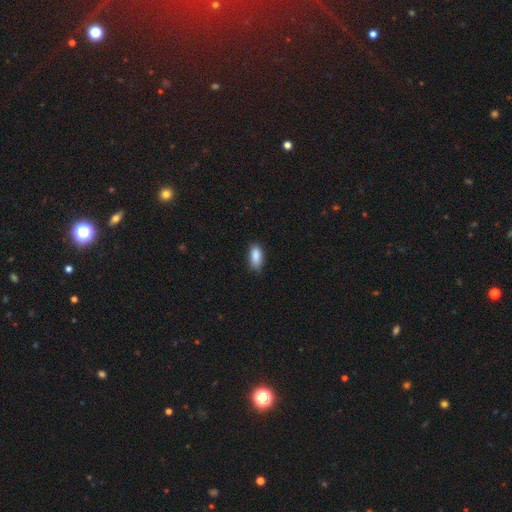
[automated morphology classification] This appears to be a smooth galaxy with no disk features (88%) that is in between round and cigar-shaped (89%). Merging: none (80%).